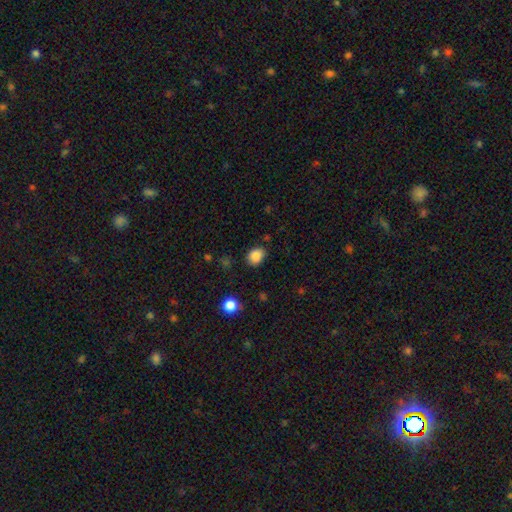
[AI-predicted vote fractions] A smooth galaxy with no disk features (86%) that is in between round and cigar-shaped (50%).

Vote fractions:
- Smooth or featured? smooth: 86% / star or artifact: 10% / featured or disk: 3%
- How rounded? in between: 50% / round: 49% / cigar-shaped: 1%
- Merging? none: 78% / minor disturbance: 16% / major disturbance: 3% / merger: 2%